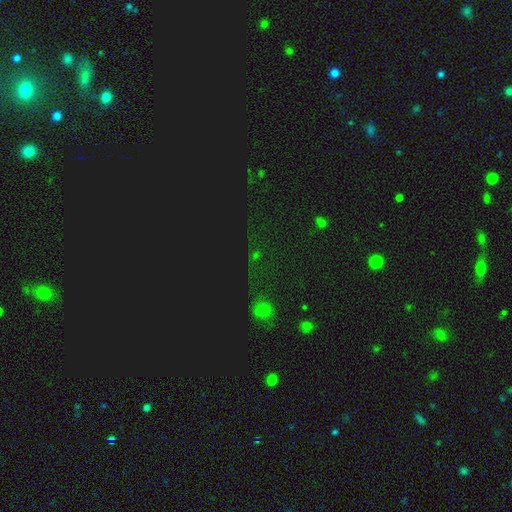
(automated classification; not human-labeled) A star or artifact, not a galaxy (73%).

Vote fractions:
- Smooth or featured? star or artifact: 73% / smooth: 19% / featured or disk: 8%